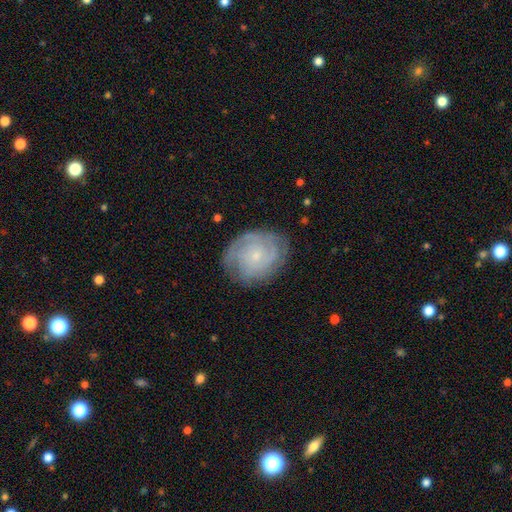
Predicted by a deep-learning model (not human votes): A featured or disk galaxy (73%) with no bar (77%), tight (70%) spiral arms (92%) and a small central bulge (77%).

Vote fractions:
- Smooth or featured? featured or disk: 73% / smooth: 20% / star or artifact: 7%
- Edge-on disk? no: 97% / yes: 3%
- Bar? no: 77% / weak: 20% / strong: 3%
- Spiral arms? yes: 92% / no: 8%
- Spiral winding? tight: 70% / medium: 24% / loose: 6%
- Spiral arm count? can't tell: 39% / 2: 20% / 3: 20% / 4: 11% / 1: 5% / more than 4: 5%
- Bulge size? small: 77% / moderate: 17% / none: 4% / large: 1% / dominant: 1%
- Merging? none: 77% / minor disturbance: 17% / major disturbance: 5% / merger: 1%